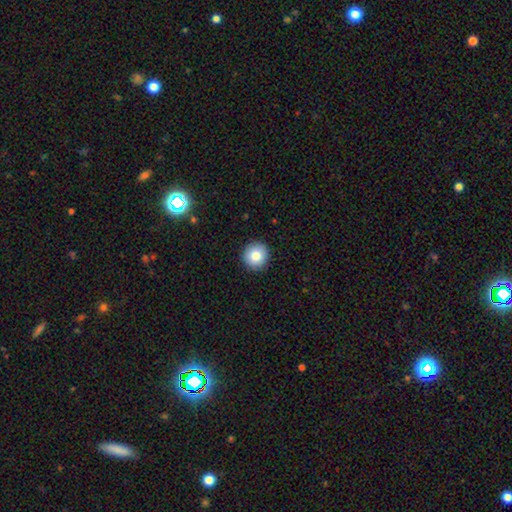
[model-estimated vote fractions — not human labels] This is clearly a smooth galaxy (82%). How rounded: clearly round (94%). Merging: clearly none (92%).